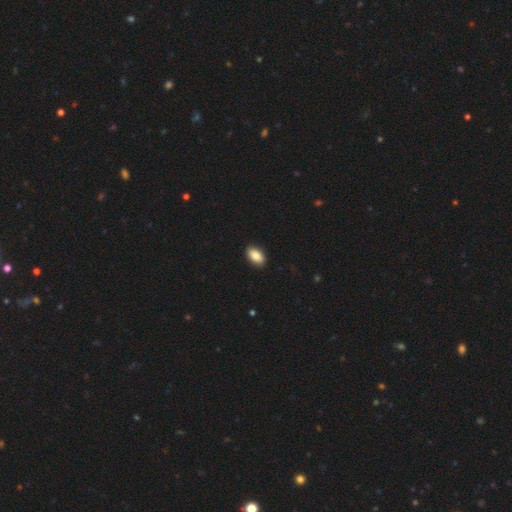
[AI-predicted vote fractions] Smooth or featured? smooth (87%)
How rounded? in between (93%)
Merging? none (90%)